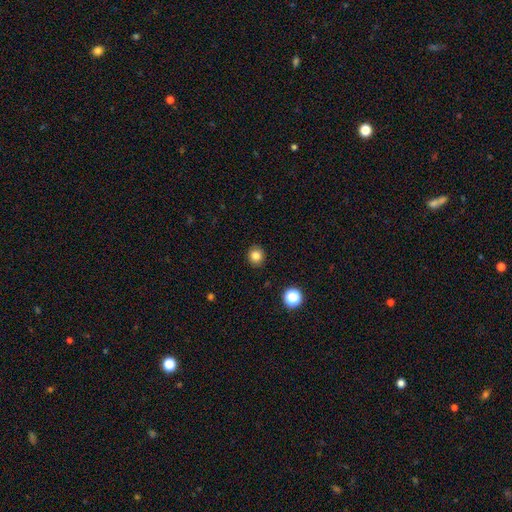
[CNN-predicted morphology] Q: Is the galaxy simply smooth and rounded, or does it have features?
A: smooth — 82%.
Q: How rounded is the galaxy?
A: round — 85%.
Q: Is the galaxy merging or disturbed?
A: none — 91%.